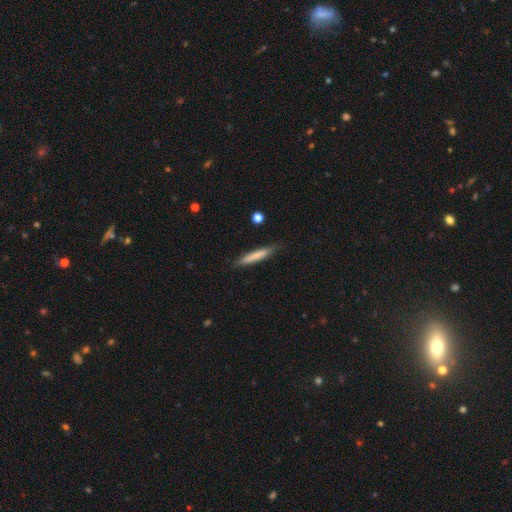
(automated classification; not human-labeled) smooth_or_featured: smooth (p=0.74) [alt: featured or disk p=0.20]
how_rounded: cigar-shaped (p=0.94) [alt: in between p=0.05]
merging: none (p=0.84) [alt: minor disturbance p=0.12]